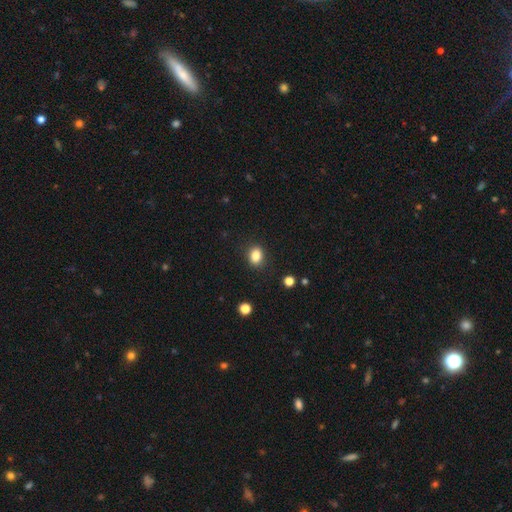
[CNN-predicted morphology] A smooth galaxy with no disk features (85%) that is in between round and cigar-shaped (59%).

Vote fractions:
- Smooth or featured? smooth: 85% / star or artifact: 10% / featured or disk: 5%
- How rounded? in between: 59% / round: 40% / cigar-shaped: 1%
- Merging? none: 87% / minor disturbance: 9% / major disturbance: 3% / merger: 1%